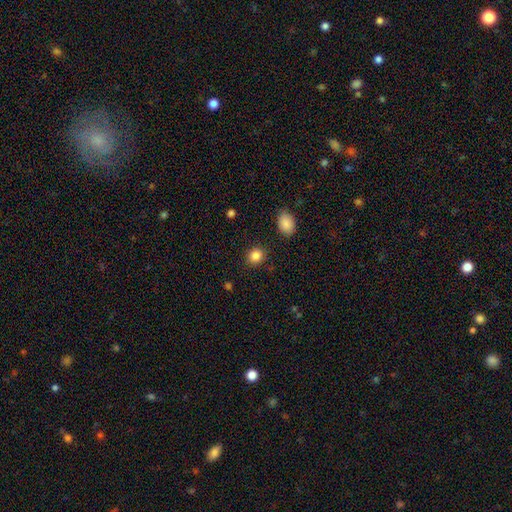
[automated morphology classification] type=smooth (86%); roundness=round (73%); merging=none (88%).